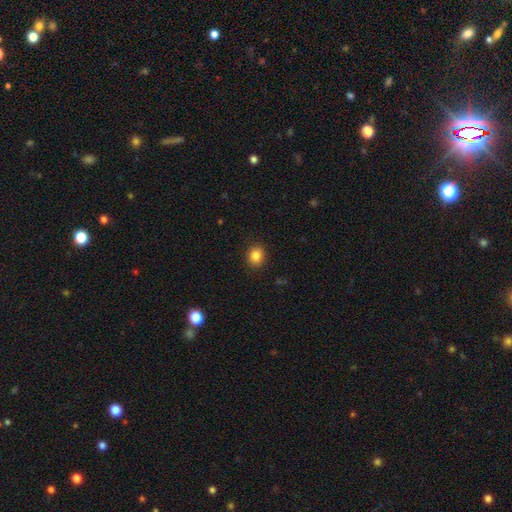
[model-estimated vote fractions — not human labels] smooth-or-featured: smooth: 85% | star or artifact: 10% | featured or disk: 5%
  how-rounded: round: 67% | in between: 32% | cigar-shaped: 1%
  merging: none: 89% | minor disturbance: 7% | major disturbance: 2% | merger: 1%